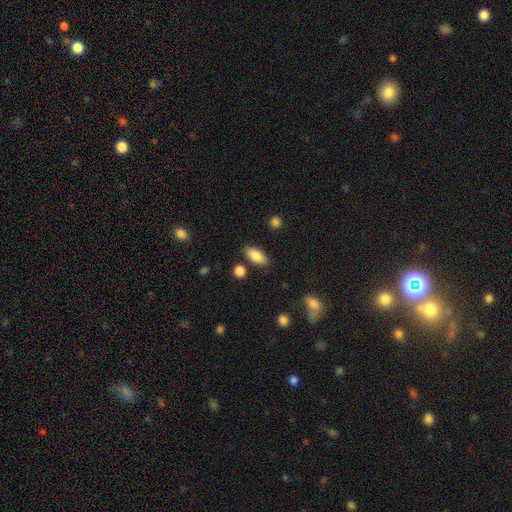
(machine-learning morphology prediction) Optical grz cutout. It shows a smooth galaxy with no disk features (86%) that is in between round and cigar-shaped (90%). Merging: none (83%).